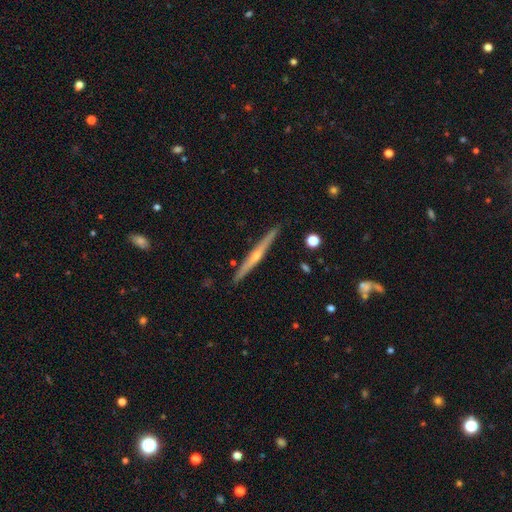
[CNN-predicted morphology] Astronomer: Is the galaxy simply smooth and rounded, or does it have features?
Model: featured or disk — 78%.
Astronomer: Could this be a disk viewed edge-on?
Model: yes — 98%.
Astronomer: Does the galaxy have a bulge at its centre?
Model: rounded — 80%.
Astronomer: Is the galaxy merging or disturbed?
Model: none — 91%.